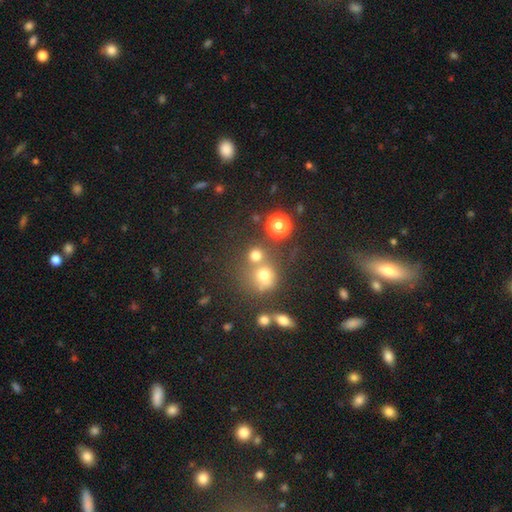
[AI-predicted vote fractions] Smooth or featured?
  - smooth: 68% *
  - star or artifact: 21%
  - featured or disk: 10%
How rounded?
  - round: 84% *
  - in between: 15%
  - cigar-shaped: 1%
Merging?
  - none: 55% *
  - merger: 32%
  - minor disturbance: 8%
  - major disturbance: 5%